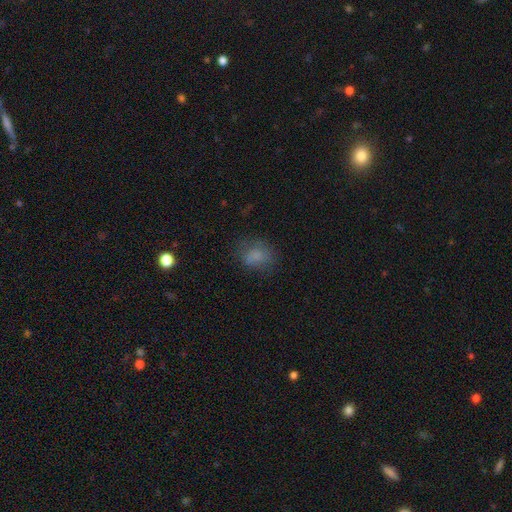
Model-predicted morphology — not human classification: The model was most divided on "how rounded": in between: 56%, round: 43%, cigar-shaped: 1%. More confident: smooth or featured — smooth (76%); merging — none (63%).